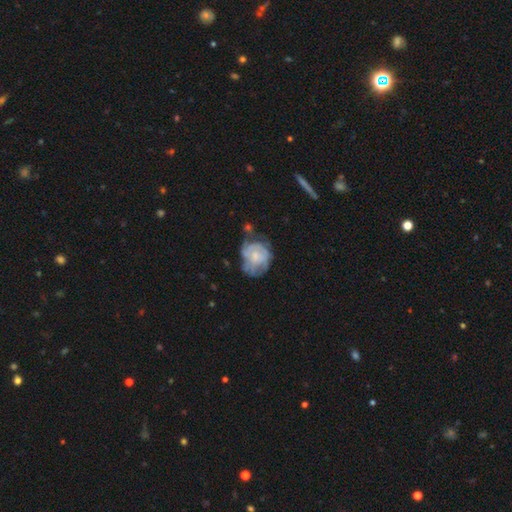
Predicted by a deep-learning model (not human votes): This appears to be a featured or disk galaxy (60%) with no bar (80%), spiral arms (58%) and a small central bulge (45%). Merging: none (46%).